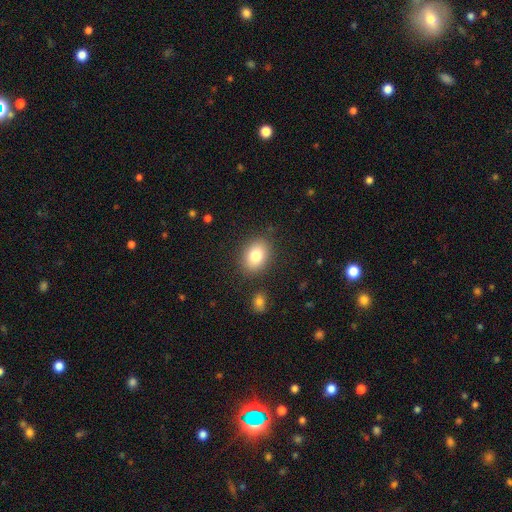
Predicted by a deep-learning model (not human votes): The model was most divided on "how rounded": in between: 73%, round: 26%, cigar-shaped: 1%. More confident: merging — none (84%); smooth or featured — smooth (81%).